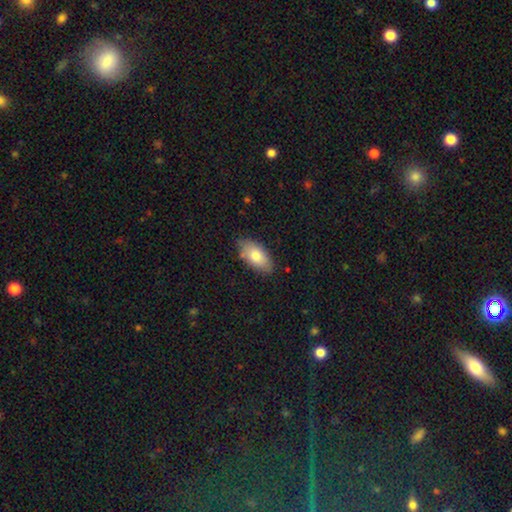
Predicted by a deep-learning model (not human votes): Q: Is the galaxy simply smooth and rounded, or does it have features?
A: smooth — 78%.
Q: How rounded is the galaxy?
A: in between — 92%.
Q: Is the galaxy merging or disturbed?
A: none — 76%.